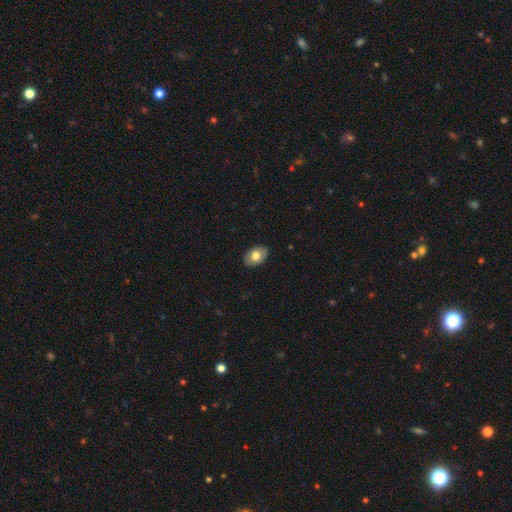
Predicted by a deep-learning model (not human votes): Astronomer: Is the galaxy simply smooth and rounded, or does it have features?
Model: smooth — 73%.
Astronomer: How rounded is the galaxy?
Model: in between — 85%.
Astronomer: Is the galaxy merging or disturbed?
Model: none — 87%.